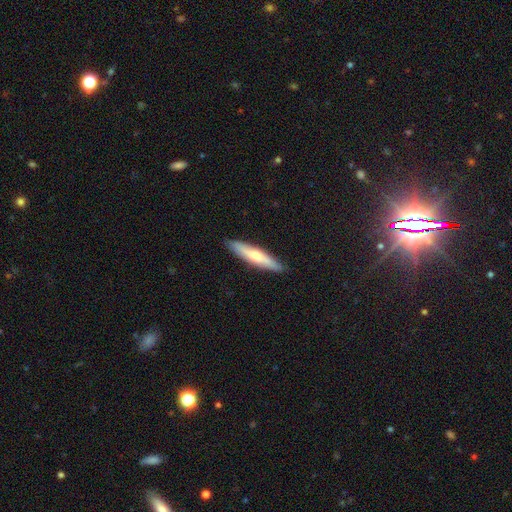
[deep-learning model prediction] Morphology: type=smooth (54%); roundness=cigar-shaped (85%); merging=none (89%).